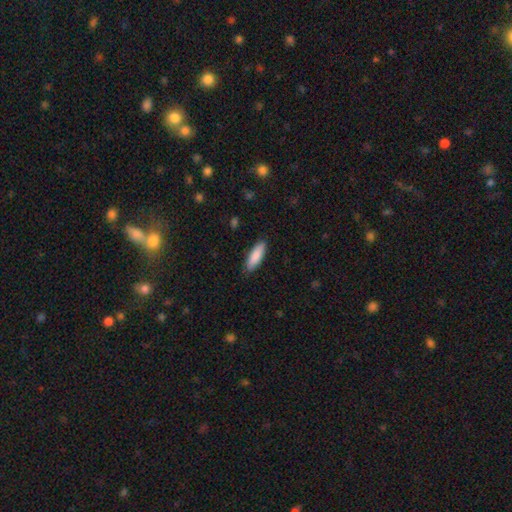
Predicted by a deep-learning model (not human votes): Overall: smooth (88%). How rounded: in between (53%; cigar-shaped 46%). Merging: none (87%).